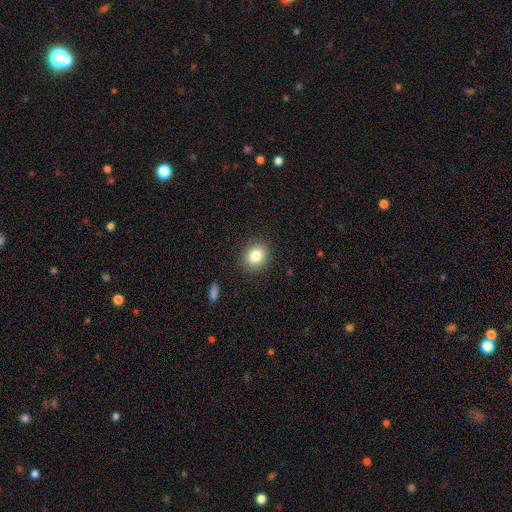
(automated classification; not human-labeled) This is clearly a smooth galaxy (82%). How rounded: likely round (72%). Merging: clearly none (89%).